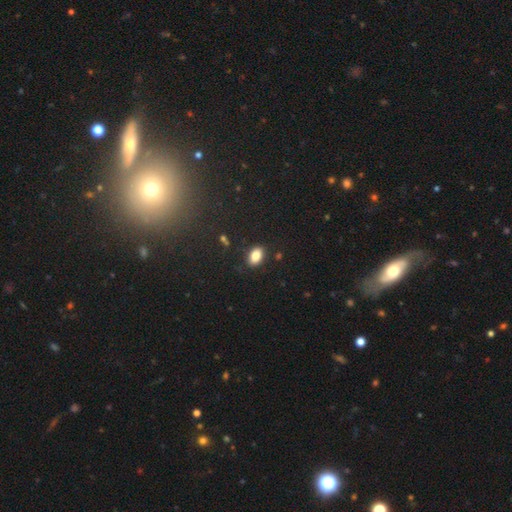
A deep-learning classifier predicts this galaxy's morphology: smooth 85%, star or artifact 9%, featured or disk 7%. Down the decision tree: how rounded — in between (88%); merging — none (86%).